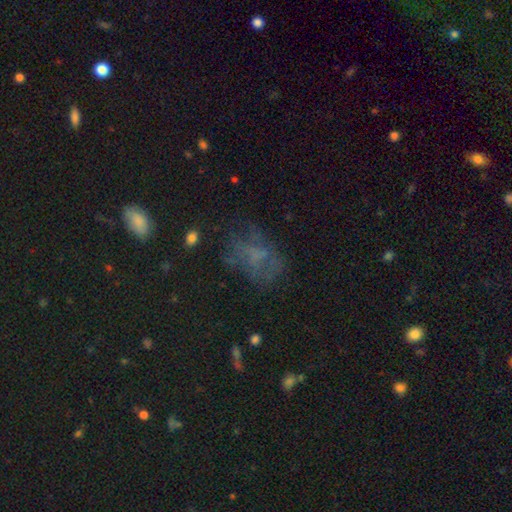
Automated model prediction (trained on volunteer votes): Smooth or featured? Predicted: smooth (p=0.40). Merging? Predicted: none (p=0.52).